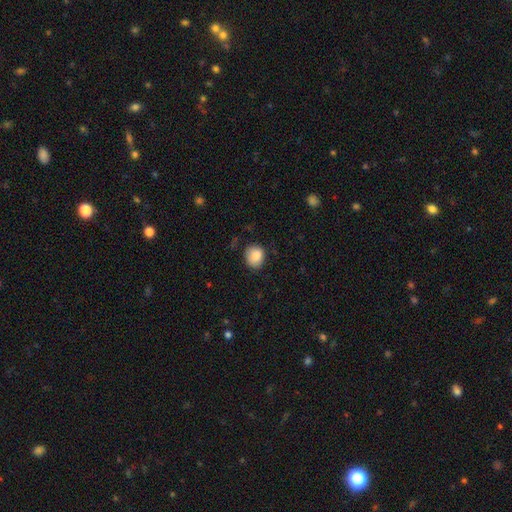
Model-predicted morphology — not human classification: A smooth galaxy with no disk features (85%) that is round (65%).

Vote fractions:
- Smooth or featured? smooth: 85% / star or artifact: 8% / featured or disk: 6%
- How rounded? round: 65% / in between: 34% / cigar-shaped: 1%
- Merging? none: 80% / minor disturbance: 16% / major disturbance: 3% / merger: 1%